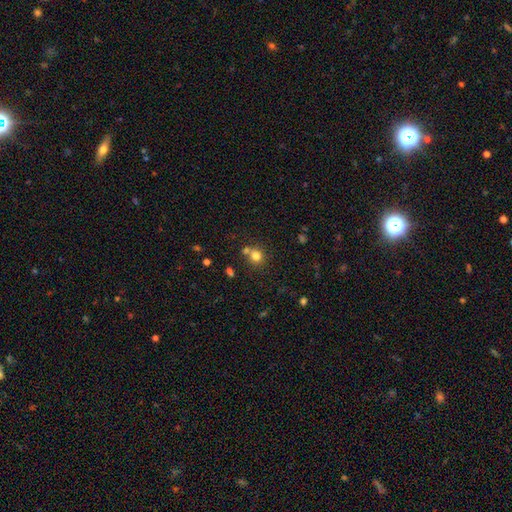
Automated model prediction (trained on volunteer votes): smooth 78%, star or artifact 14%, featured or disk 8%. Down the decision tree: how rounded — round (85%); merging — none (59%).